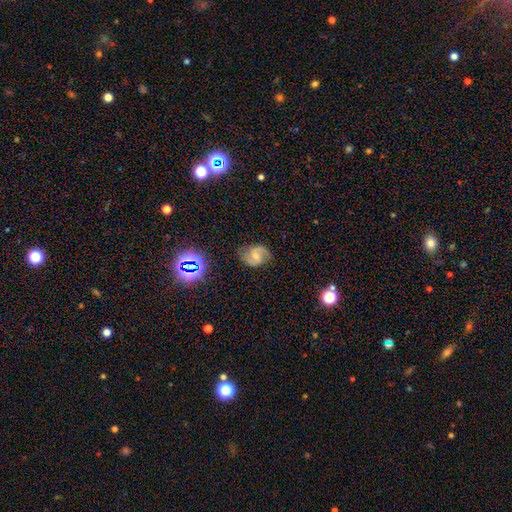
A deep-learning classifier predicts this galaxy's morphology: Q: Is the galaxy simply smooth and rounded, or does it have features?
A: featured or disk — 75%.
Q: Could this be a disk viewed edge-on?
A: no — 98%.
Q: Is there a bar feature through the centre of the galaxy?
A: weak — 51%.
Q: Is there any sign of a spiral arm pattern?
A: yes — 95%.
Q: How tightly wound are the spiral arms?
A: medium — 54%.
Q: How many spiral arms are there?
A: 2 — 88%.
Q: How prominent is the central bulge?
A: small — 50%.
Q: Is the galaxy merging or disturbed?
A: none — 76%.